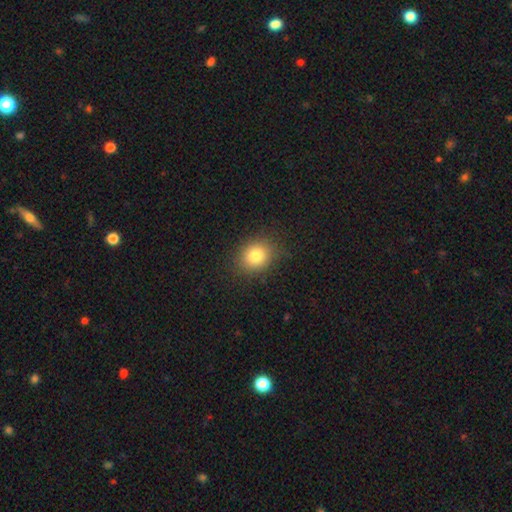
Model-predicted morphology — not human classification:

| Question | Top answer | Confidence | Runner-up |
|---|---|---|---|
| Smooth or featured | smooth | 81% | star or artifact (12%) |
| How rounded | round | 65% | in between (34%) |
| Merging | none | 84% | minor disturbance (11%) |